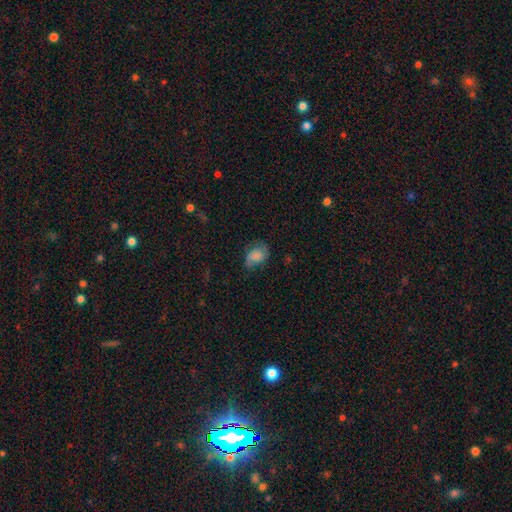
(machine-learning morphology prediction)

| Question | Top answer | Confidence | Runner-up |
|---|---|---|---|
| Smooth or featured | smooth | 60% | featured or disk (31%) |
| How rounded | in between | 76% | round (22%) |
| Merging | none | 53% | minor disturbance (30%) |